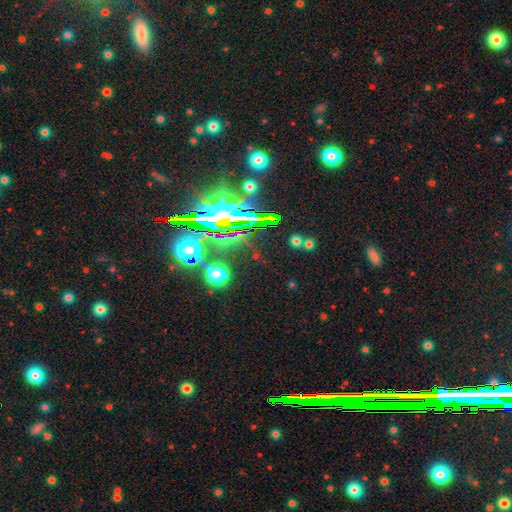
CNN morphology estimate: star or artifact 74%, smooth 16%, featured or disk 10%.